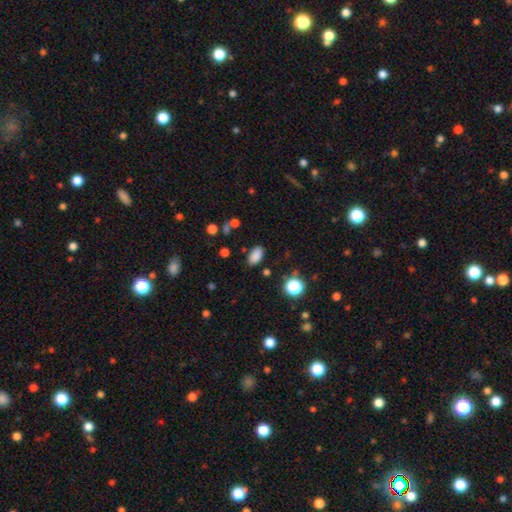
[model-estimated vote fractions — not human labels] A smooth galaxy with no disk features (84%) that is in between round and cigar-shaped (91%). Merging: none (84%).